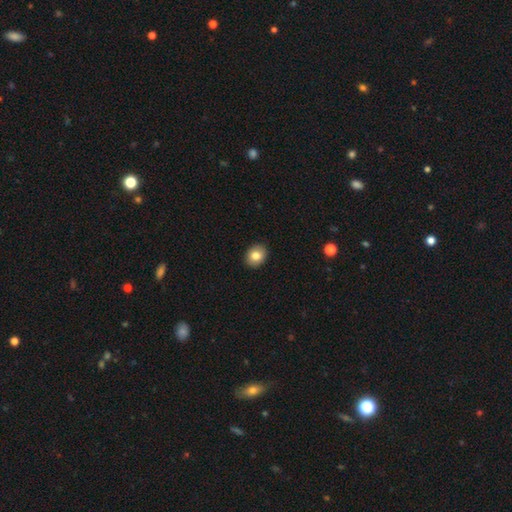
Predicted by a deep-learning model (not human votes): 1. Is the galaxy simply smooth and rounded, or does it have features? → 82% smooth, 9% featured or disk, 9% star or artifact.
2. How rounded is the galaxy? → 57% round, 42% in between, 1% cigar-shaped.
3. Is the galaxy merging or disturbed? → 91% none, 6% minor disturbance, 2% major disturbance, 1% merger.